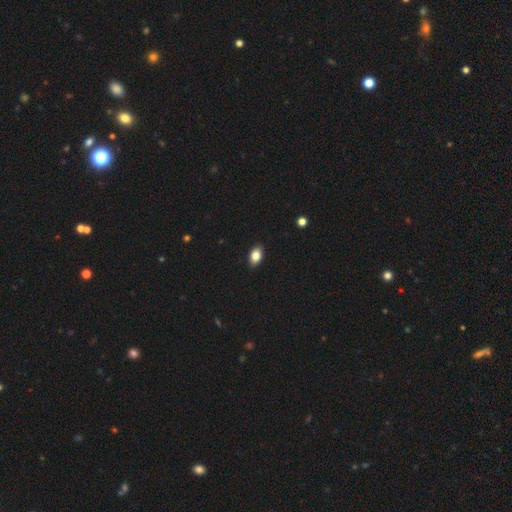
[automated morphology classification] Smooth or featured? smooth (84%)
How rounded? in between (87%)
Merging? none (89%)